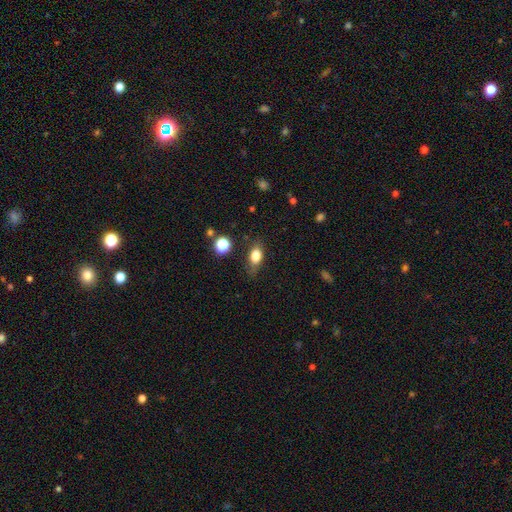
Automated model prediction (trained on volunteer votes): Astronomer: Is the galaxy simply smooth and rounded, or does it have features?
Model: smooth — 79%.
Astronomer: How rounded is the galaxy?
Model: in between — 79%.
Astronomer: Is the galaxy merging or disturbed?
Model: none — 77%.